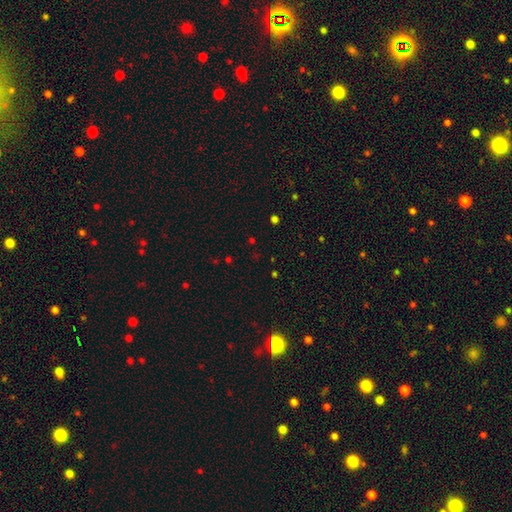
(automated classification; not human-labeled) A star or artifact, not a galaxy (58%).